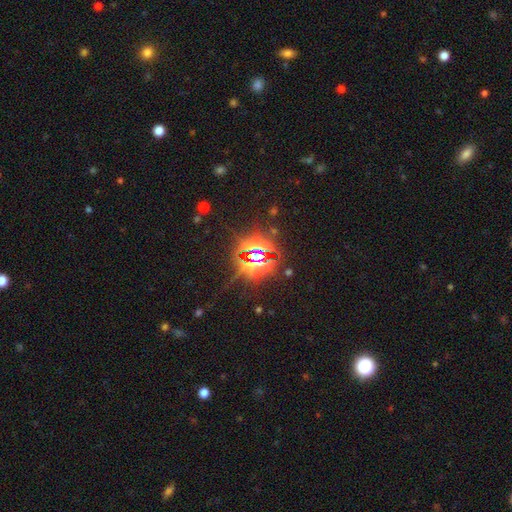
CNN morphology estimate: A star or artifact, not a galaxy (81%).